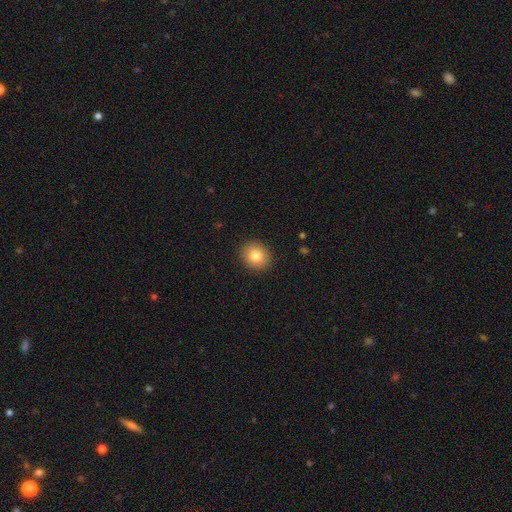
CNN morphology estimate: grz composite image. It shows a smooth galaxy with no disk features (82%) that is round (80%). Merging: none (91%).